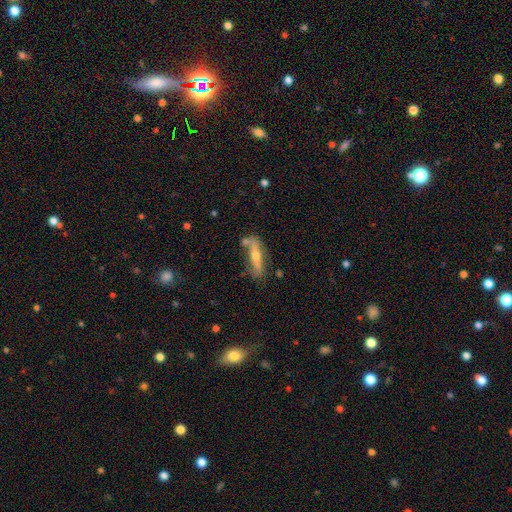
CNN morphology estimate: This is possibly a featured or disk galaxy (60%). It is likely viewed edge-on (77%). Merging: likely none (65%).